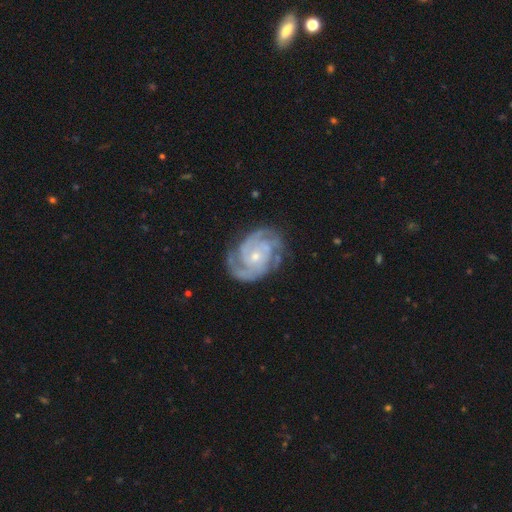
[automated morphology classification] Smooth or featured? featured or disk (91%)
Edge-on disk? no (98%)
Bar? no (68%)
Spiral arms? yes (98%)
Spiral winding? tight (61%)
Spiral arm count? 2 (40%)
Bulge size? small (65%)
Merging? none (74%)